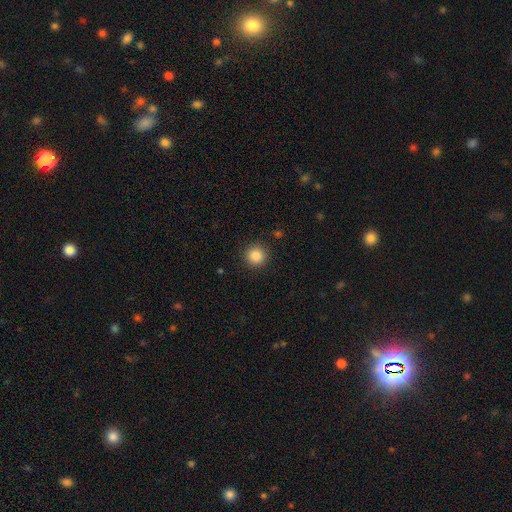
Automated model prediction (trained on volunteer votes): A smooth galaxy with no disk features (86%) that is round (95%).

Vote fractions:
- Smooth or featured? smooth: 86% / star or artifact: 10% / featured or disk: 4%
- How rounded? round: 95% / in between: 4% / cigar-shaped: 1%
- Merging? none: 91% / minor disturbance: 6% / major disturbance: 2% / merger: 1%